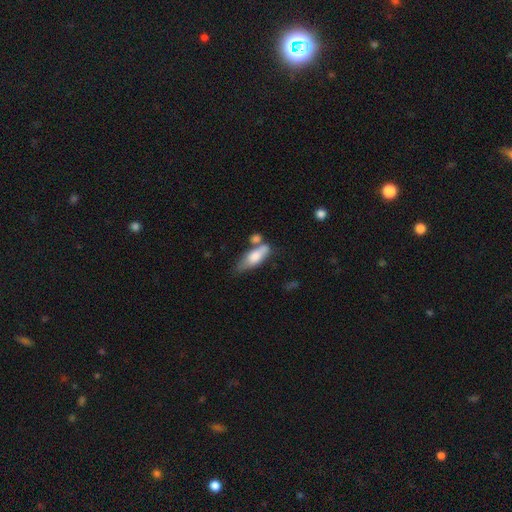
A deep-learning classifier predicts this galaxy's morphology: smooth 70%, featured or disk 24%, star or artifact 6%. Down the decision tree: how rounded — in between (61%); merging — none (42%).